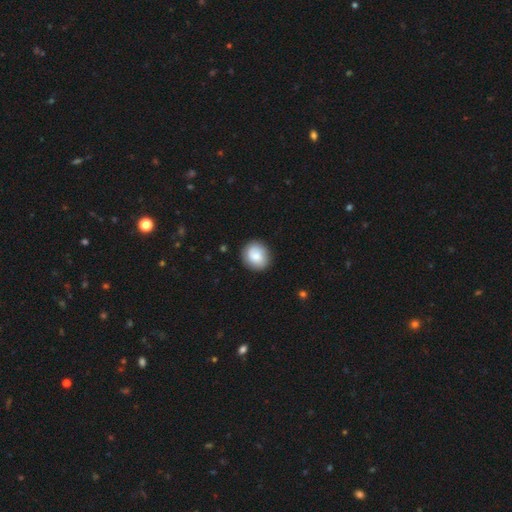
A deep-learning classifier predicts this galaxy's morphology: Smooth or featured? Predicted: smooth (p=0.75). How rounded? Predicted: round (p=0.79). Merging? Predicted: none (p=0.86).